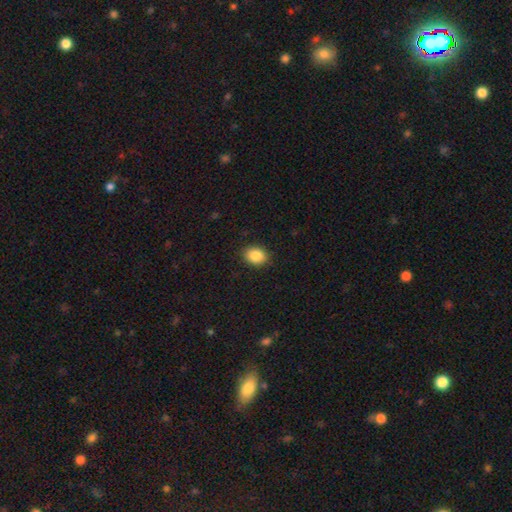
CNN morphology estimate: Overall: smooth (87%). How rounded: in between (60%; round 39%). Merging: none (89%).